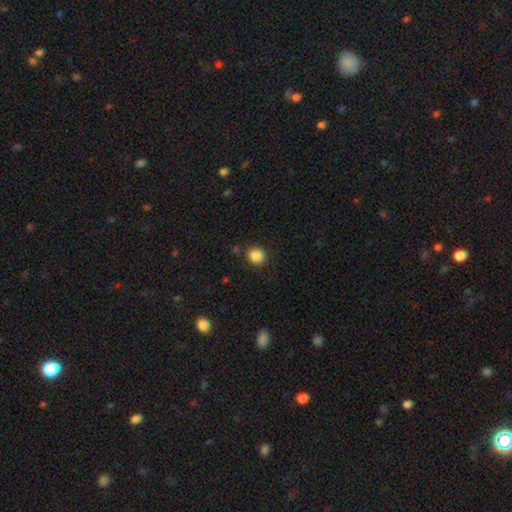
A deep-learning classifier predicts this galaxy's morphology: A smooth galaxy with no disk features (87%) that is round (82%). Merging: none (85%).